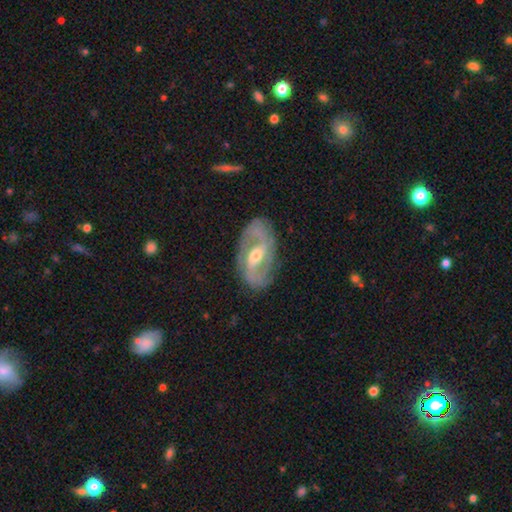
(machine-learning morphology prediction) The model was most divided on "bar": weak: 45%, strong: 36%, no: 19%. Remaining: edge-on disk — no (95%); spiral arms — yes (93%); smooth or featured — featured or disk (86%); spiral arm count — 2 (85%); merging — none (79%); bulge size — moderate (59%); spiral winding — medium (49%).